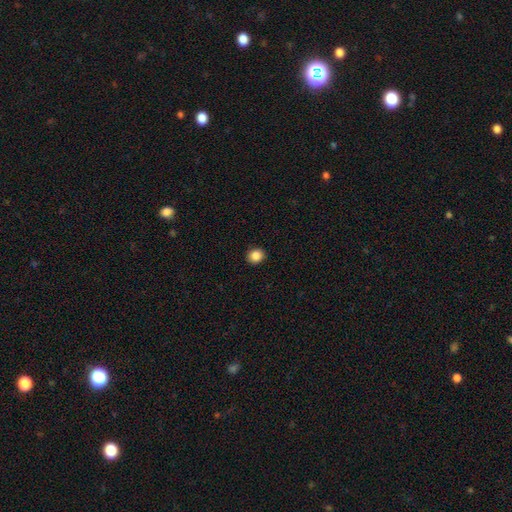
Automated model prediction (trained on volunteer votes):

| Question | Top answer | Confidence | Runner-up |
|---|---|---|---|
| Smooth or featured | smooth | 86% | star or artifact (10%) |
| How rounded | round | 79% | in between (20%) |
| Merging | none | 91% | minor disturbance (6%) |